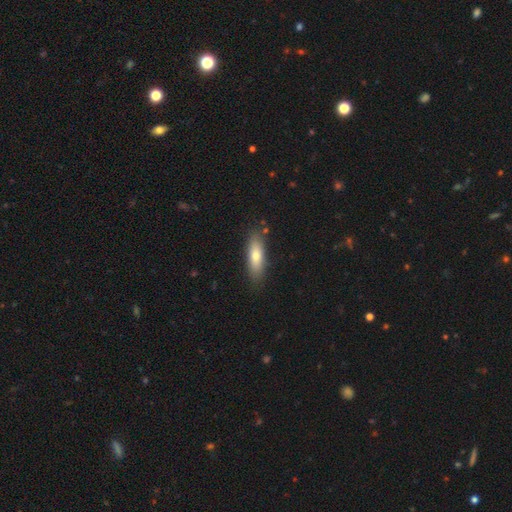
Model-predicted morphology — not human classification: Smooth or featured: smooth — 72% (featured or disk — 21%)
How rounded: in between — 54% (cigar-shaped — 43%)
Merging: none — 85% (minor disturbance — 11%)